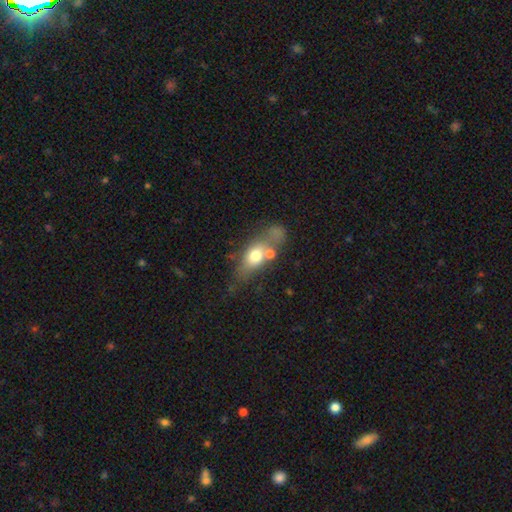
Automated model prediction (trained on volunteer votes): Q: Smooth or featured?
A: smooth (62%); runner-up: featured or disk (30%)
Q: How rounded?
A: in between (70%); runner-up: round (15%)
Q: Merging?
A: none (40%); runner-up: merger (30%)